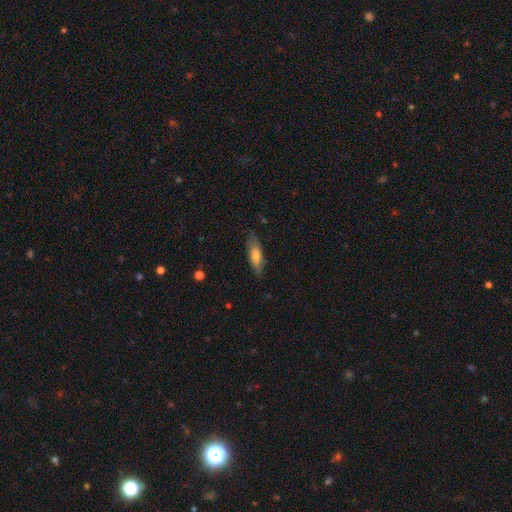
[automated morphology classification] type=smooth (70%); roundness=in between (59%); merging=none (75%).